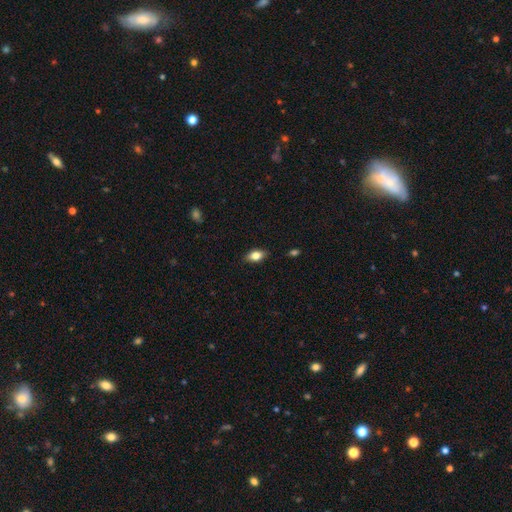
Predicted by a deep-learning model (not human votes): Q: Smooth or featured?
A: smooth (81%); runner-up: featured or disk (11%)
Q: How rounded?
A: in between (88%); runner-up: round (8%)
Q: Merging?
A: none (86%); runner-up: minor disturbance (11%)